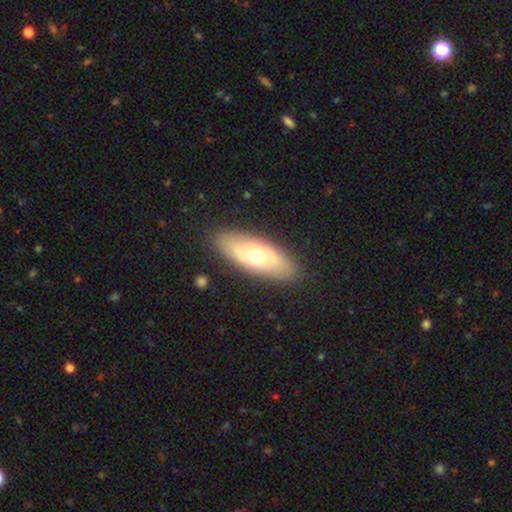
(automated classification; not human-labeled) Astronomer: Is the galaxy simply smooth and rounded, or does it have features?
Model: smooth — 51% (runner-up: featured or disk, 43%).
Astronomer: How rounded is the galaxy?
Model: in between — 75%.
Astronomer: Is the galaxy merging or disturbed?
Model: none — 88%.